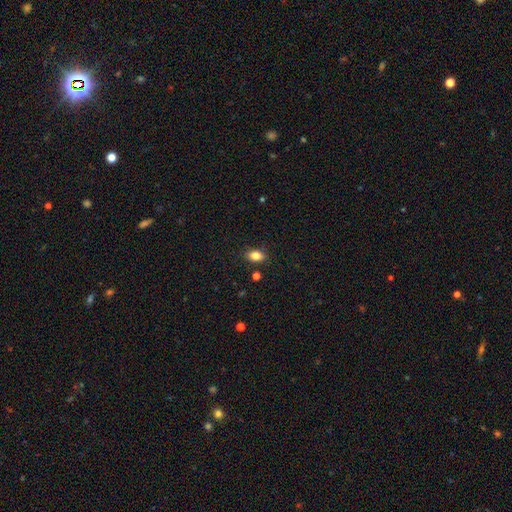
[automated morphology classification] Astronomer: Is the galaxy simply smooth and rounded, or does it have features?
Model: smooth — 83%.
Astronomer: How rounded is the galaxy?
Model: in between — 84%.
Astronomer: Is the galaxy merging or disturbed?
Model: none — 85%.